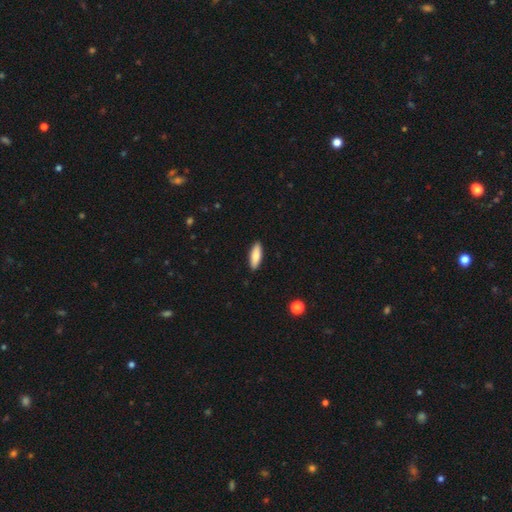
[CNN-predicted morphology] smooth_or_featured: smooth (p=0.83) [alt: featured or disk p=0.11]
how_rounded: in between (p=0.56) [alt: cigar-shaped p=0.43]
merging: none (p=0.90) [alt: minor disturbance p=0.07]